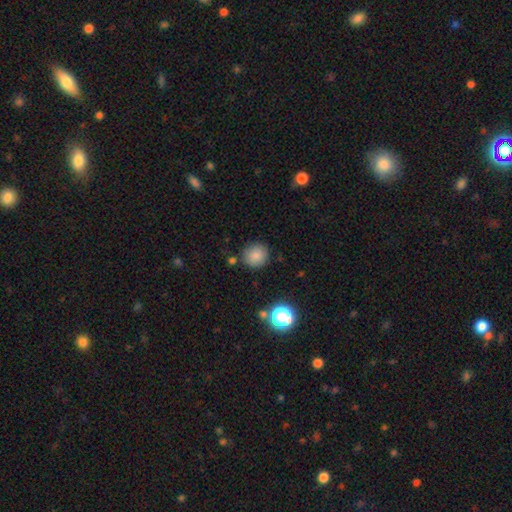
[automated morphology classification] smooth_or_featured: smooth (p=0.83) [alt: star or artifact p=0.11]
how_rounded: round (p=0.89) [alt: in between p=0.10]
merging: none (p=0.84) [alt: minor disturbance p=0.09]